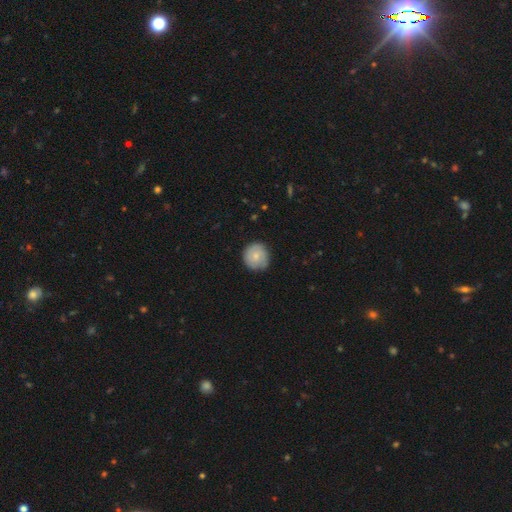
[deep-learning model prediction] smooth 66%, featured or disk 28%, star or artifact 6%. Down the decision tree: how rounded — round (92%); merging — none (81%).